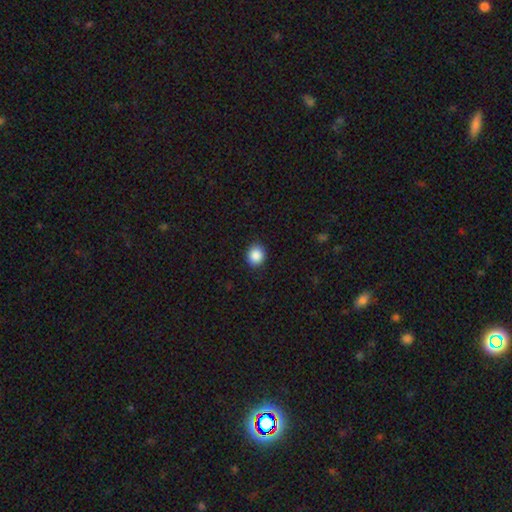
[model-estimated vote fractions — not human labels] Morphology: type=smooth (88%); roundness=round (72%); merging=none (90%).